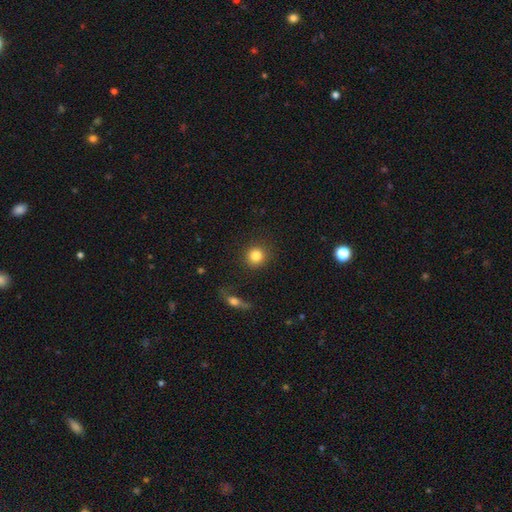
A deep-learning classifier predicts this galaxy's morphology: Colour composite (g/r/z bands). It shows a smooth galaxy with no disk features (84%) that is round (91%). Merging: none (87%).